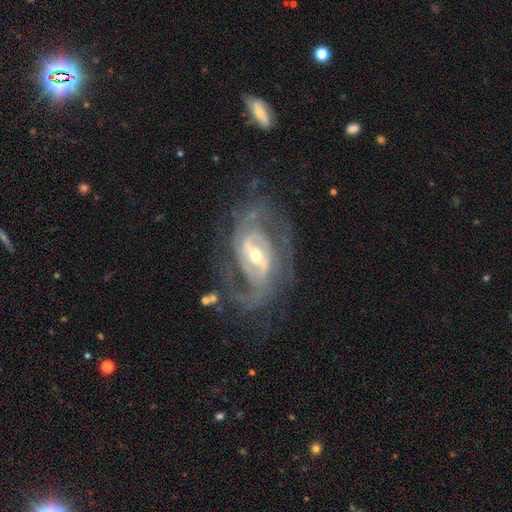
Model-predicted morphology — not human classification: type=featured or disk (90%); edge-on=no (96%); bar=strong (46%); spiral arms=yes (95%); winding=medium (46%); arm count=2 (62%); bulge=moderate (54%); merging=none (64%).